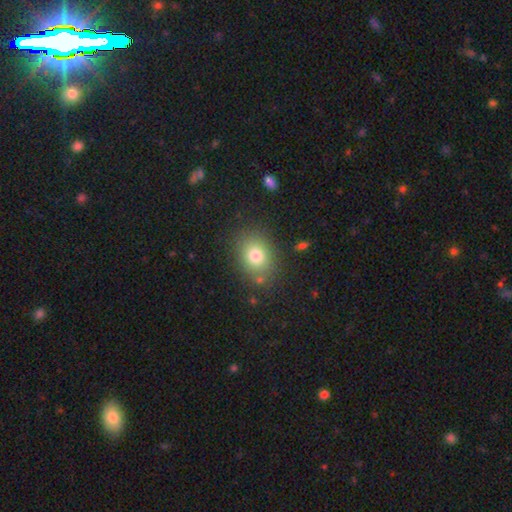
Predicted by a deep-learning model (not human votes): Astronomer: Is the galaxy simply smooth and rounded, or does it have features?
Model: smooth — 78%.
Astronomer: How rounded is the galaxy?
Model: in between — 51% (runner-up: round, 47%).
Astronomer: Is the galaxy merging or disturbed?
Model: none — 82%.